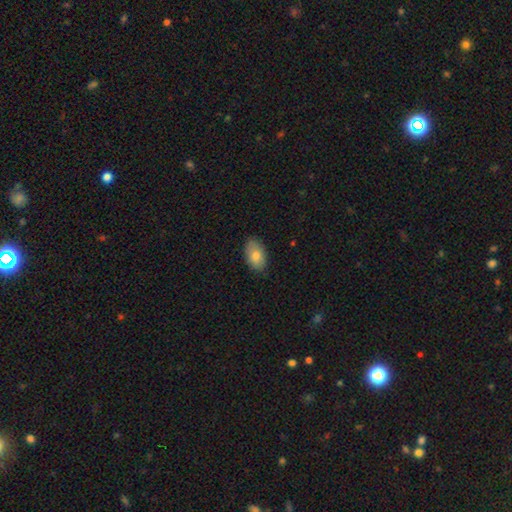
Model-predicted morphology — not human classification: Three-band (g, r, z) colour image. It shows a smooth galaxy with no disk features (81%) that is in between round and cigar-shaped (92%). Merging: none (84%).